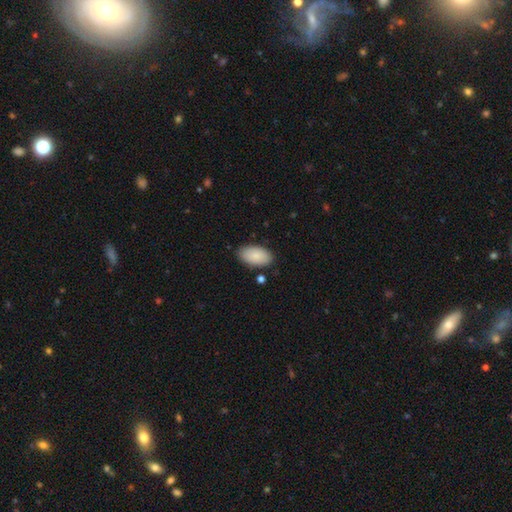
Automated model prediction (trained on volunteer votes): smooth-or-featured: smooth: 86% | featured or disk: 8% | star or artifact: 6%
  how-rounded: in between: 96% | round: 3% | cigar-shaped: 2%
  merging: none: 85% | minor disturbance: 11% | major disturbance: 2% | merger: 2%